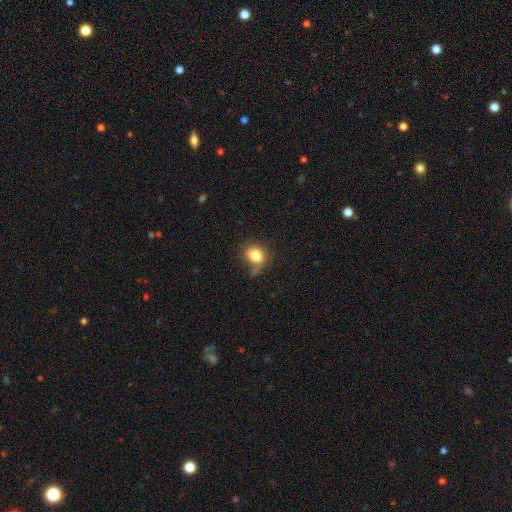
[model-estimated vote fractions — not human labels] Smooth or featured? Predicted: smooth (p=0.79). How rounded? Predicted: round (p=0.58). Merging? Predicted: none (p=0.52).